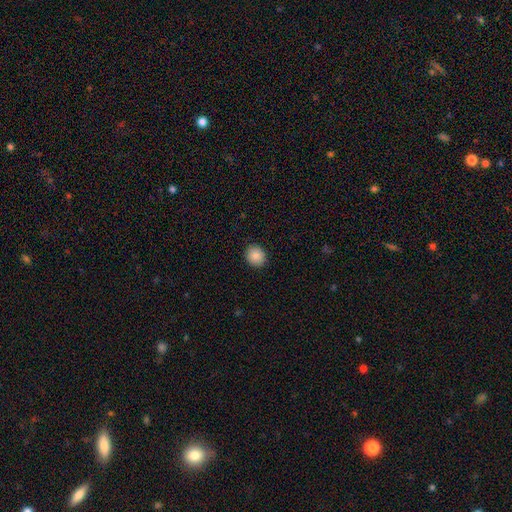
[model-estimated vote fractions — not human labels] Smooth or featured? Predicted: smooth (p=0.87). How rounded? Predicted: round (p=0.74). Merging? Predicted: none (p=0.90).